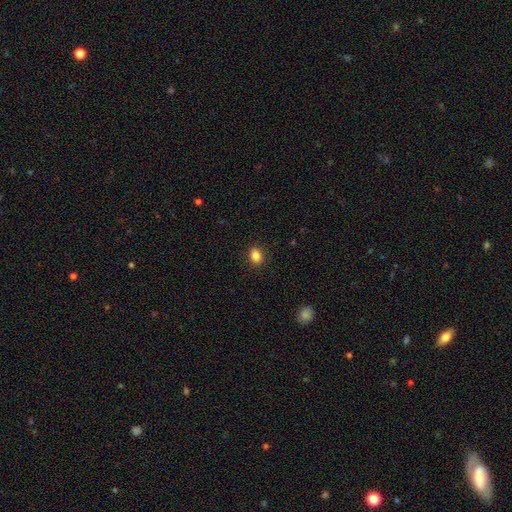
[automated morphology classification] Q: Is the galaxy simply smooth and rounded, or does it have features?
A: smooth — 86%.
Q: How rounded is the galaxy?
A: in between — 64%.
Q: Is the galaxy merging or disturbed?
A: none — 89%.